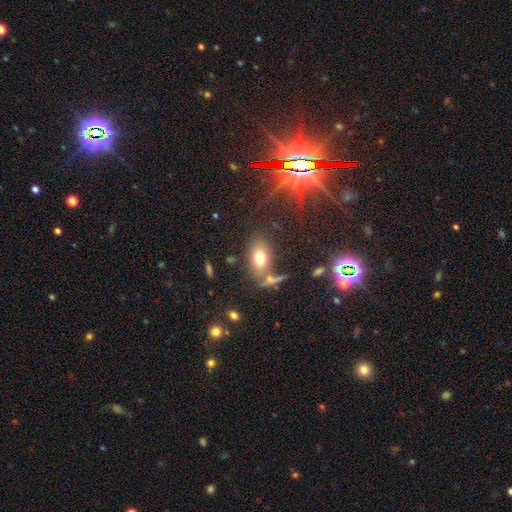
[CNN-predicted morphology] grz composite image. It shows a smooth galaxy with no disk features (49%). Merging: none (66%).